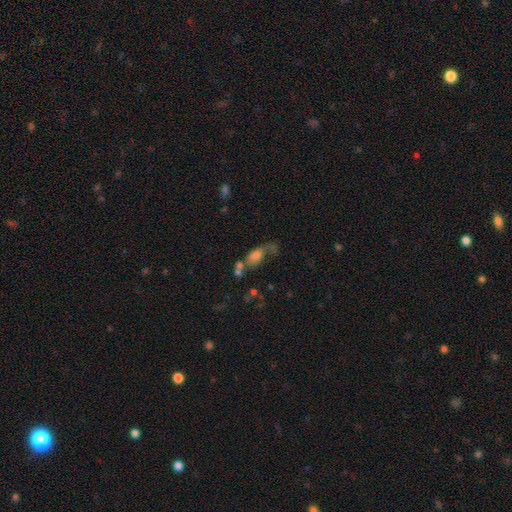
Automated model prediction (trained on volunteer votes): A smooth galaxy with no disk features (53%) that is in between round and cigar-shaped (74%). Merging: major disturbance (32%).